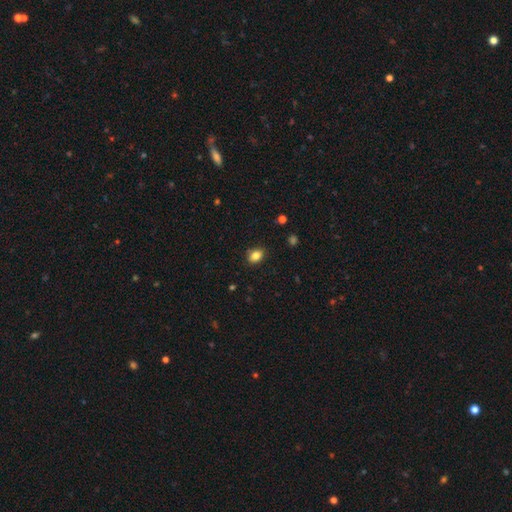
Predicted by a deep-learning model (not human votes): A smooth galaxy with no disk features (84%) that is in between round and cigar-shaped (76%).

Vote fractions:
- Smooth or featured? smooth: 84% / star or artifact: 10% / featured or disk: 6%
- How rounded? in between: 76% / round: 23% / cigar-shaped: 2%
- Merging? none: 85% / minor disturbance: 11% / major disturbance: 2% / merger: 1%